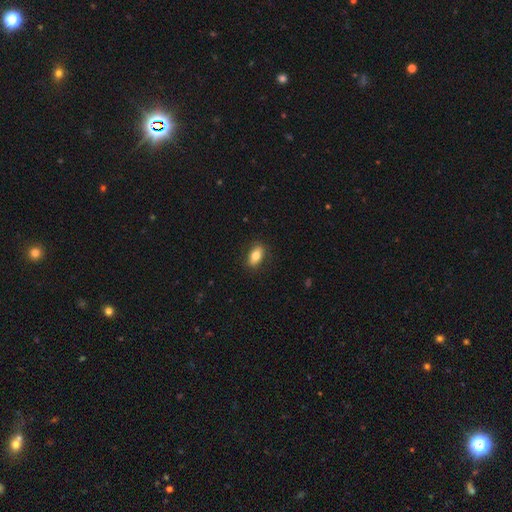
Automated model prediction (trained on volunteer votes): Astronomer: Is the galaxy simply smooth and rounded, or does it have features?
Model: smooth — 77%.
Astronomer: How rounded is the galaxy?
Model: in between — 86%.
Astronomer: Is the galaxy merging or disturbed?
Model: none — 86%.